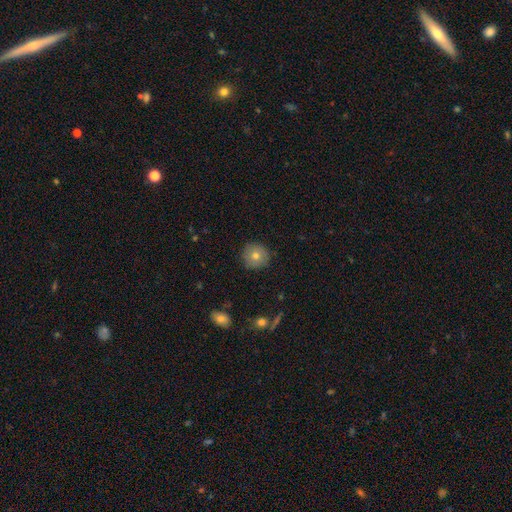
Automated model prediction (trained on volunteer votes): Smooth or featured? Predicted: smooth (p=0.73). How rounded? Predicted: round (p=0.94). Merging? Predicted: none (p=0.88).